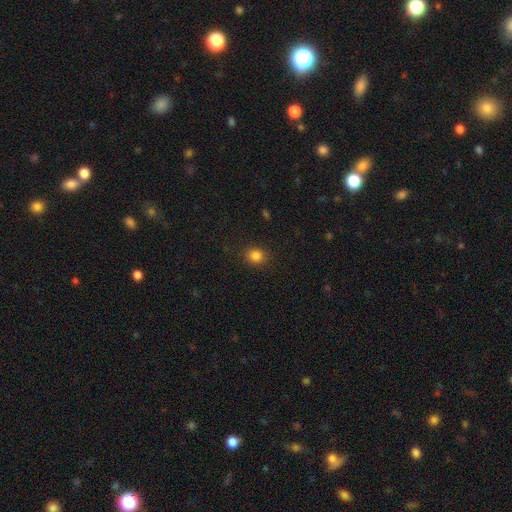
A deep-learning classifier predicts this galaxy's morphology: Smooth or featured? Predicted: smooth (p=0.83). How rounded? Predicted: round (p=0.79). Merging? Predicted: none (p=0.89).